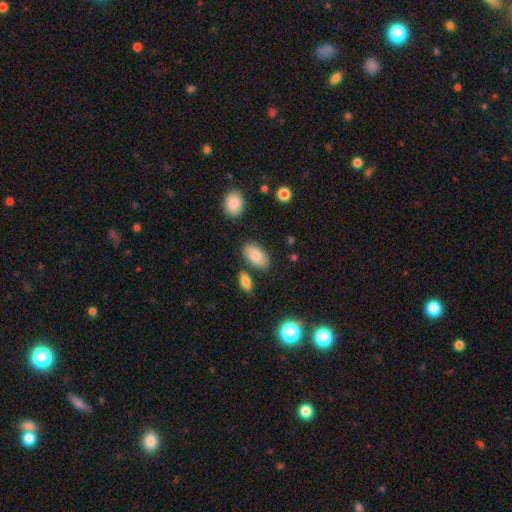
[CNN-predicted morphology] Smooth or featured? smooth (81%)
How rounded? in between (94%)
Merging? none (79%)